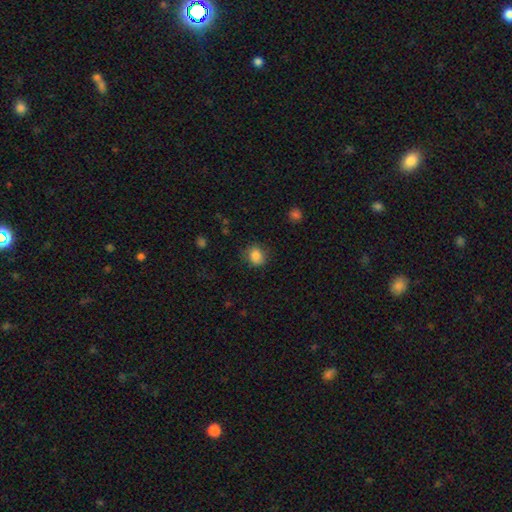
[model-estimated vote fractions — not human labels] Smooth or featured: smooth — 85% (star or artifact — 9%)
How rounded: round — 59% (in between — 40%)
Merging: none — 78% (minor disturbance — 16%)